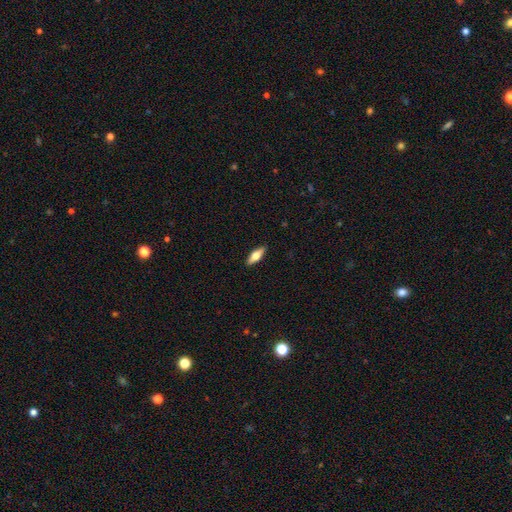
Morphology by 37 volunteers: Volunteers were most divided on "how rounded": in between: 53%, cigar-shaped: 47%, round: 0%. More confident: merging — none (91%); smooth or featured — smooth (51%).